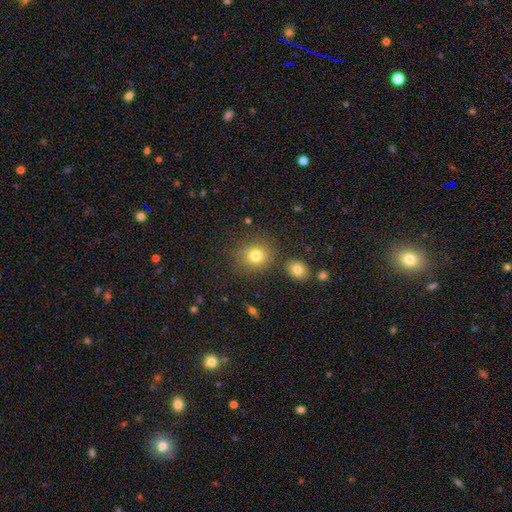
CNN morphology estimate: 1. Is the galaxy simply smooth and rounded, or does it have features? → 79% smooth, 13% star or artifact, 9% featured or disk.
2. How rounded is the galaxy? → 78% round, 21% in between, 1% cigar-shaped.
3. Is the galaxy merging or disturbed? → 81% none, 10% minor disturbance, 5% merger, 4% major disturbance.